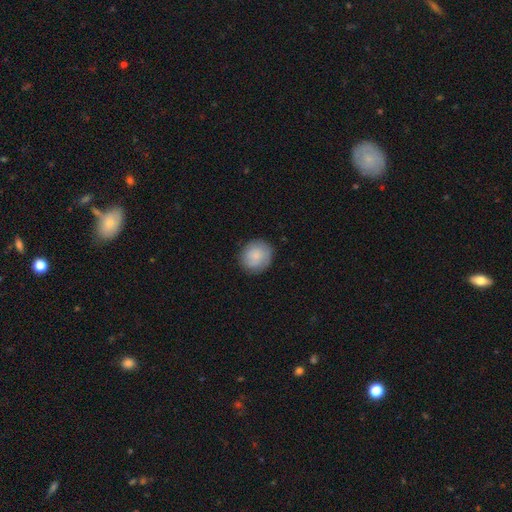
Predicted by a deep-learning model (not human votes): smooth_or_featured: smooth (p=0.80) [alt: featured or disk p=0.13]
how_rounded: round (p=0.80) [alt: in between p=0.19]
merging: none (p=0.83) [alt: minor disturbance p=0.12]